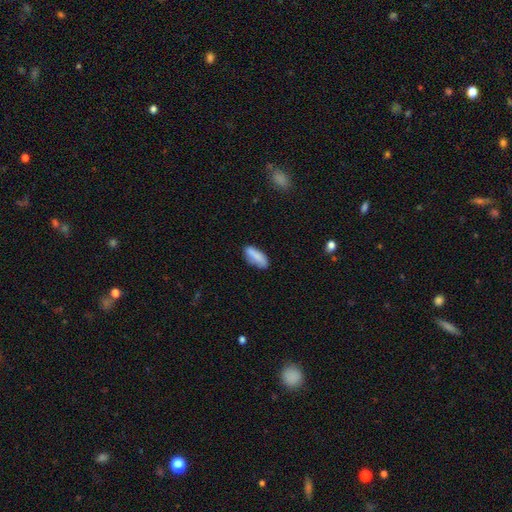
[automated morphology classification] This is clearly a smooth galaxy (82%). How rounded: likely in between (71%). Merging: likely none (75%).